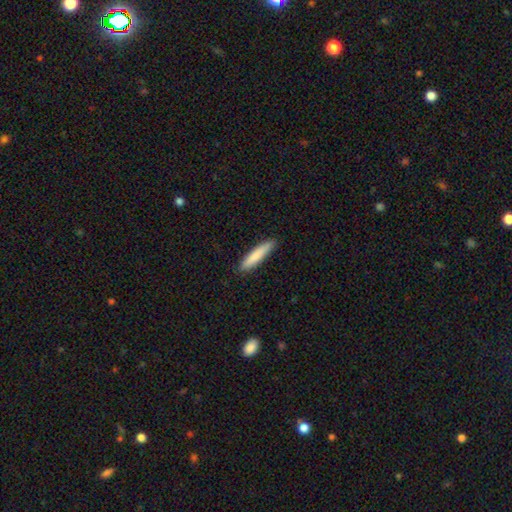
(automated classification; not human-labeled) Smooth or featured?
  - smooth: 83% *
  - featured or disk: 12%
  - star or artifact: 5%
How rounded?
  - cigar-shaped: 87% *
  - in between: 11%
  - round: 1%
Merging?
  - none: 87% *
  - minor disturbance: 10%
  - major disturbance: 2%
  - merger: 1%